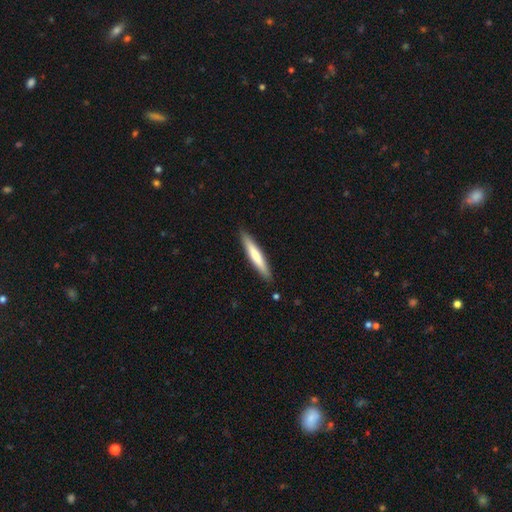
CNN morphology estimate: This is likely a smooth galaxy (66%). How rounded: clearly cigar-shaped (92%). Merging: clearly none (89%).